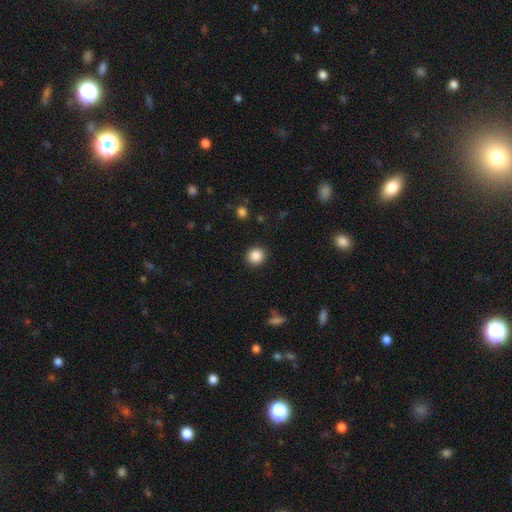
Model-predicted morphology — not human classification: This appears to be a smooth galaxy with no disk features (87%) that is round (90%). Merging: none (91%).